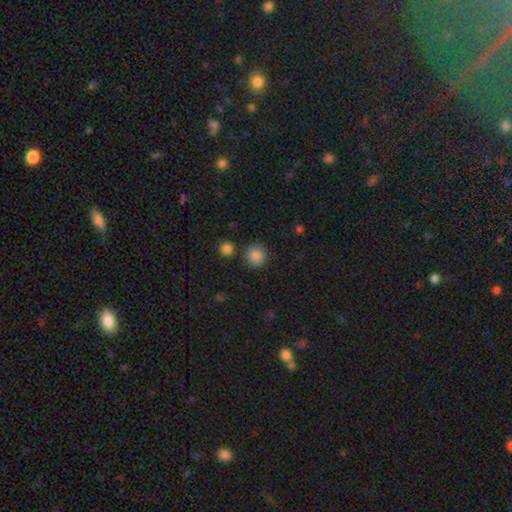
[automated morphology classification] Smooth or featured: smooth — 86% (star or artifact — 10%)
How rounded: round — 90% (in between — 9%)
Merging: none — 83% (minor disturbance — 9%)